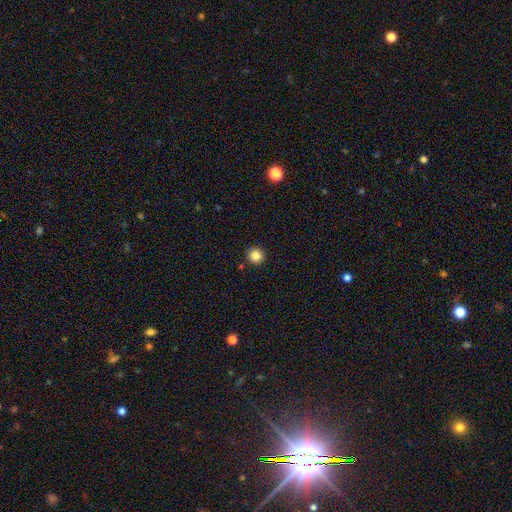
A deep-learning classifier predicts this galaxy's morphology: Overall: smooth (84%). How rounded: round (95%). Merging: none (92%).